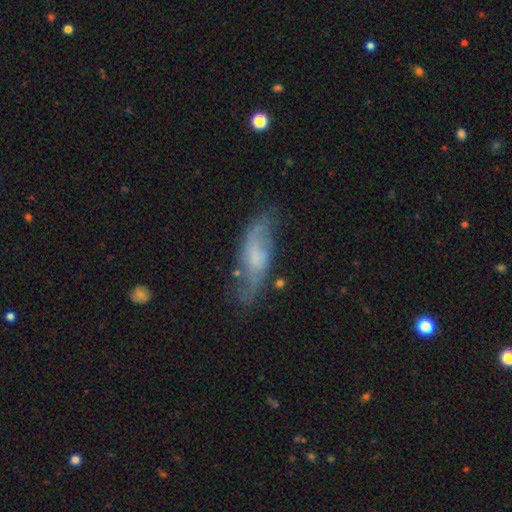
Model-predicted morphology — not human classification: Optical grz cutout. It shows a featured or disk galaxy (60%). Merging: none (63%).